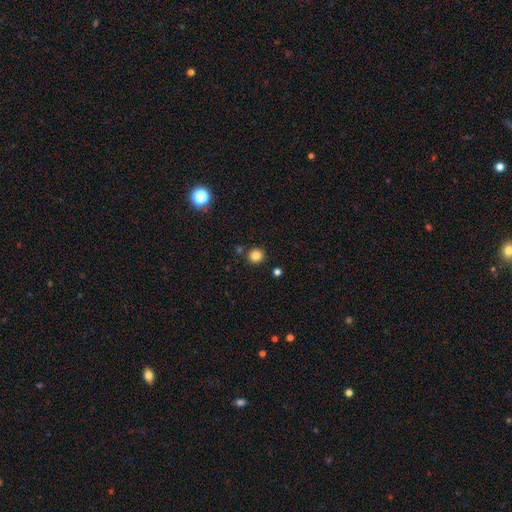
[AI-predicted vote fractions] Morphology: type=smooth (82%); roundness=round (93%); merging=none (87%).